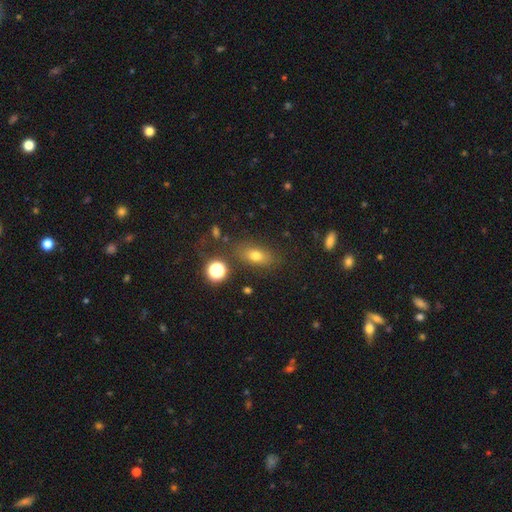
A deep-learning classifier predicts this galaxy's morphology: Overall: smooth (70%). How rounded: in between (75%). Merging: none (79%).